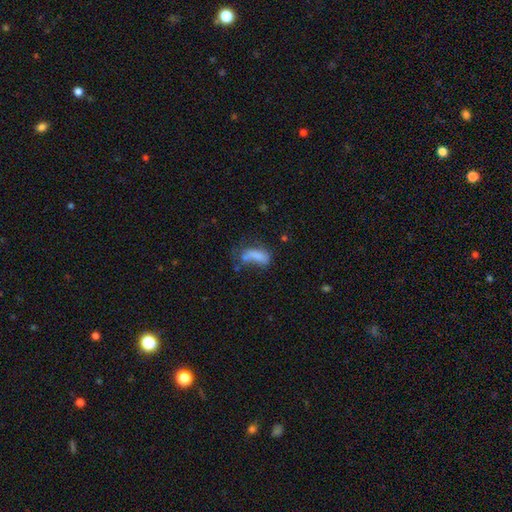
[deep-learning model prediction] smooth-or-featured: smooth: 67% | featured or disk: 21% | star or artifact: 12%
  how-rounded: in between: 77% | cigar-shaped: 18% | round: 5%
  merging: major disturbance: 35% | none: 24% | merger: 21% | minor disturbance: 20%